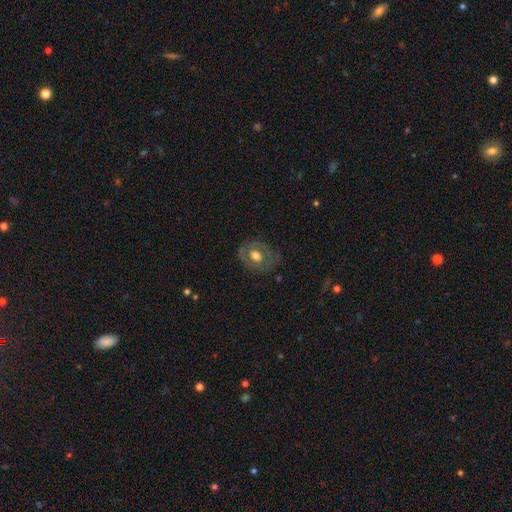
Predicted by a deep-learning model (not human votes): This appears to be a featured or disk galaxy (52%). Merging: none (70%).